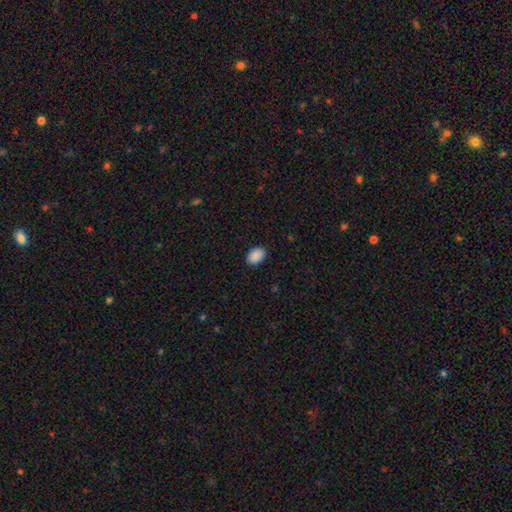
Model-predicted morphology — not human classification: Smooth or featured: smooth — 90% (star or artifact — 8%)
How rounded: in between — 83% (round — 16%)
Merging: none — 89% (minor disturbance — 8%)